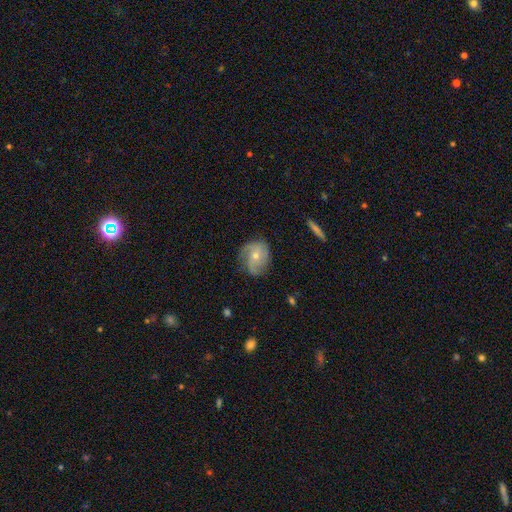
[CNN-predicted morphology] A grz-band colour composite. It shows a featured or disk galaxy (58%) with no bar (75%), spiral arms (83%) and a small central bulge (50%). Merging: none (66%).